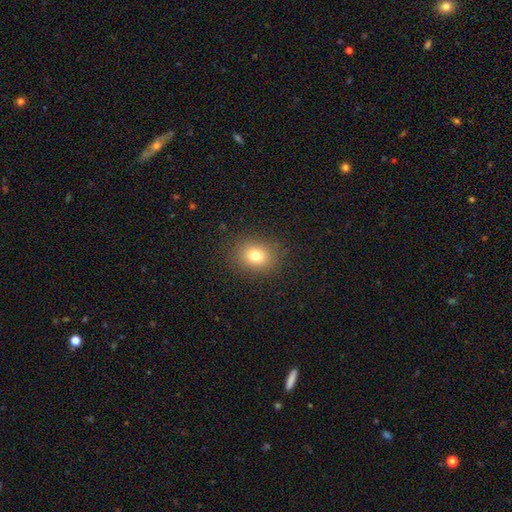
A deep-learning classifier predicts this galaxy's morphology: Smooth or featured? smooth (77%)
How rounded? round (58%)
Merging? none (87%)